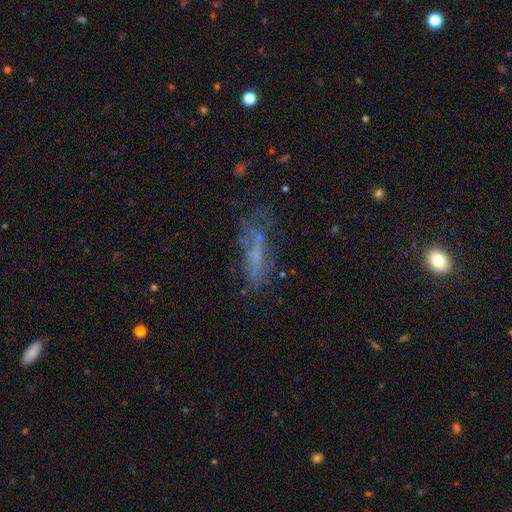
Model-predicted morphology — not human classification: A smooth galaxy with no disk features (42%). Merging: none (49%).